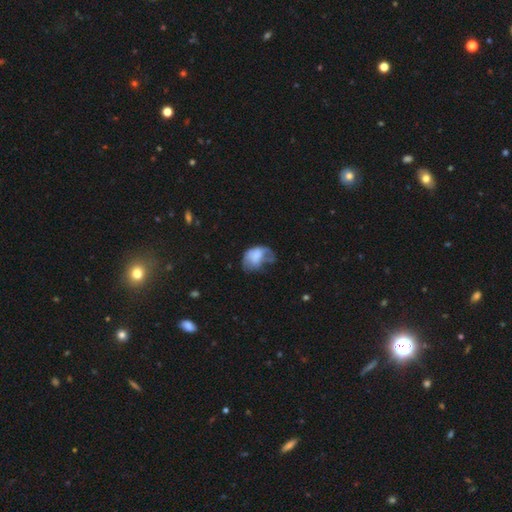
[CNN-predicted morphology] smooth-or-featured: smooth: 60% | featured or disk: 30% | star or artifact: 10%
  how-rounded: in between: 80% | round: 19% | cigar-shaped: 1%
  merging: major disturbance: 43% | minor disturbance: 29% | none: 23% | merger: 5%